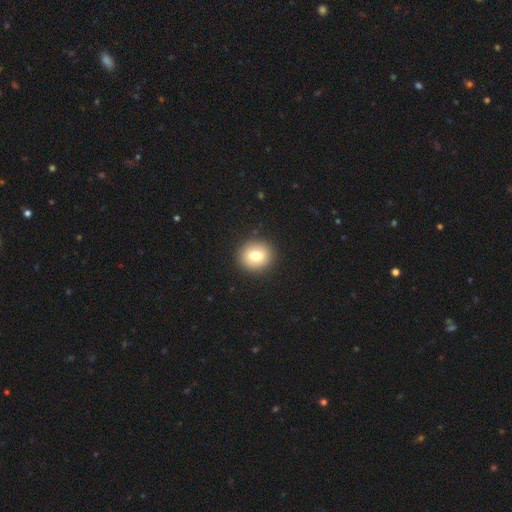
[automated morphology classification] smooth 75%, featured or disk 15%, star or artifact 9%. Down the decision tree: how rounded — round (83%); merging — none (91%).